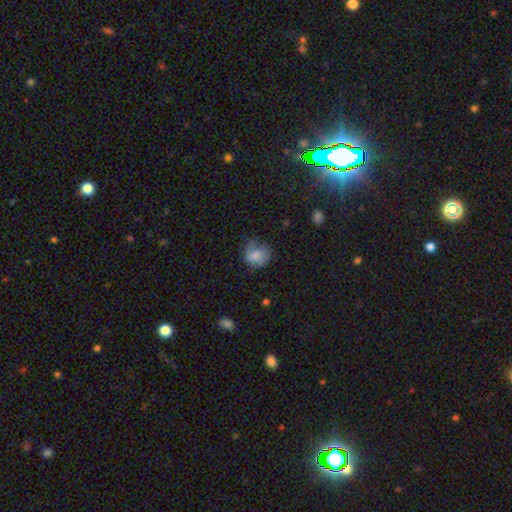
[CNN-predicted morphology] Q: Smooth or featured?
A: smooth (75%); runner-up: featured or disk (16%)
Q: How rounded?
A: round (71%); runner-up: in between (29%)
Q: Merging?
A: none (53%); runner-up: minor disturbance (31%)